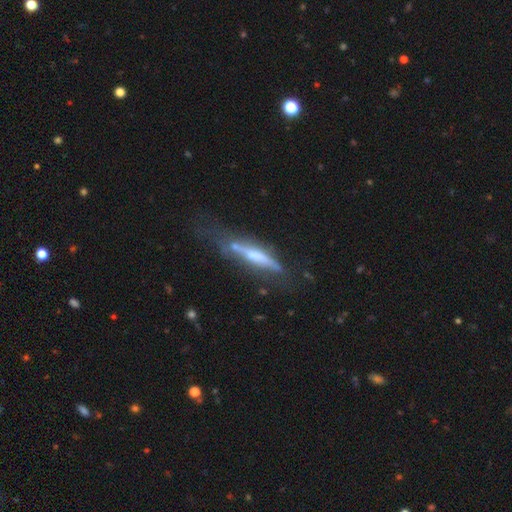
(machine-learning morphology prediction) A featured or disk galaxy (64%) viewed edge-on (88%) with a rounded central bulge (53%).

Vote fractions:
- Smooth or featured? featured or disk: 64% / smooth: 29% / star or artifact: 7%
- Edge-on disk? yes: 88% / no: 12%
- Edge-on bulge? rounded: 53% / none: 28% / boxy: 19%
- Merging? none: 50% / minor disturbance: 27% / major disturbance: 16% / merger: 8%